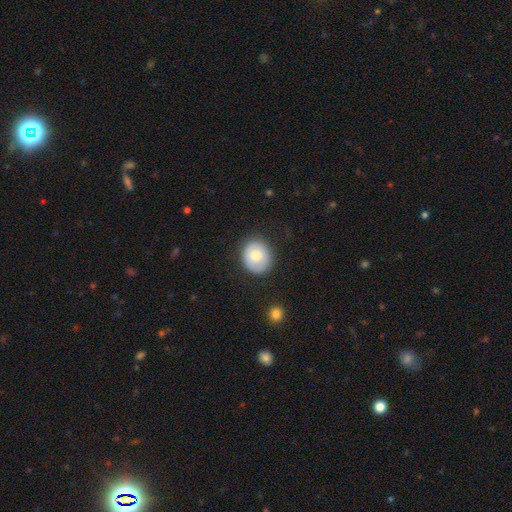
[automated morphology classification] Smooth or featured? Predicted: smooth (p=0.76). How rounded? Predicted: round (p=0.68). Merging? Predicted: none (p=0.82).